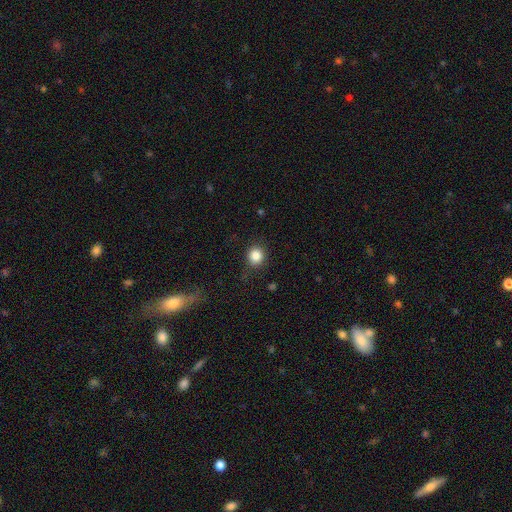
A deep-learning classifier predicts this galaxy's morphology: A smooth galaxy with no disk features (84%) that is round (85%). Merging: none (82%).